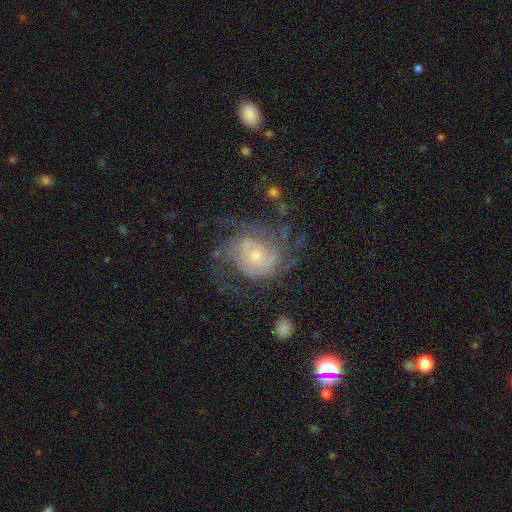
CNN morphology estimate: A featured or disk galaxy (83%) with no bar (69%), tight (48%) spiral arms (92%) and a small central bulge (61%).

Vote fractions:
- Smooth or featured? featured or disk: 83% / smooth: 10% / star or artifact: 7%
- Edge-on disk? no: 98% / yes: 2%
- Bar? no: 69% / weak: 26% / strong: 5%
- Spiral arms? yes: 92% / no: 8%
- Spiral winding? tight: 48% / medium: 38% / loose: 14%
- Spiral arm count? can't tell: 33% / 2: 27% / 3: 19% / 4: 9% / 1: 6% / more than 4: 6%
- Bulge size? small: 61% / moderate: 33% / large: 3% / none: 2% / dominant: 1%
- Merging? none: 58% / major disturbance: 21% / minor disturbance: 19% / merger: 2%